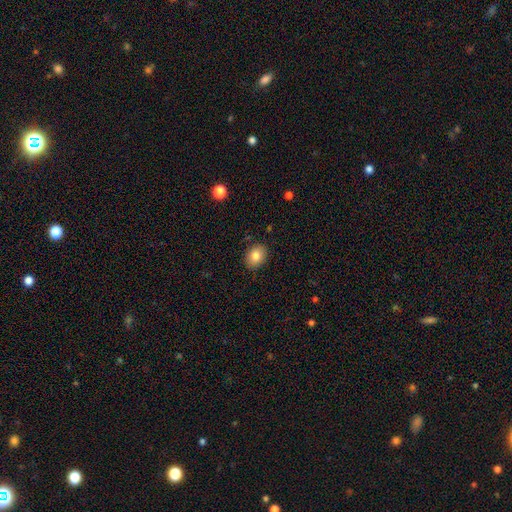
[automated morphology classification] Smooth or featured? Predicted: smooth (p=0.82). How rounded? Predicted: in between (p=0.61). Merging? Predicted: none (p=0.87).